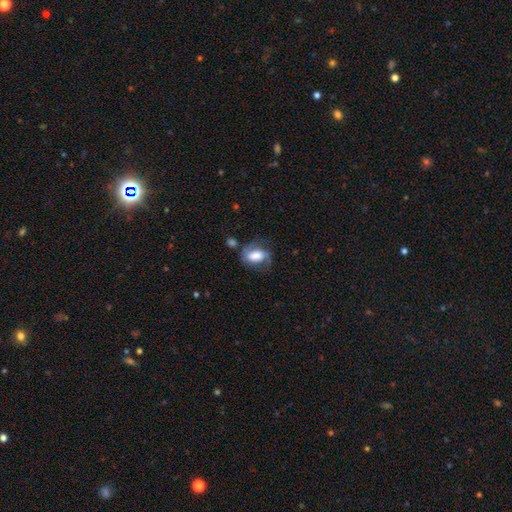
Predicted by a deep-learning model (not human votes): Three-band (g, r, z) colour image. It shows a smooth galaxy with no disk features (54%) that is in between round and cigar-shaped (83%). Merging: none (49%).